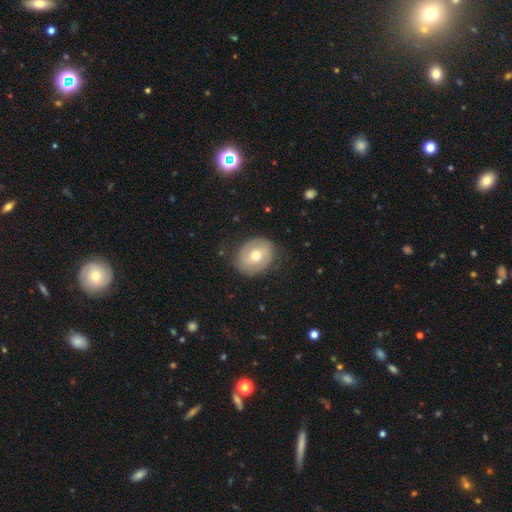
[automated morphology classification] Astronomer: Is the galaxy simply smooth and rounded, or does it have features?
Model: smooth — 51% (runner-up: featured or disk, 41%).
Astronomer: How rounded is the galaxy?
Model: round — 58% (runner-up: in between, 41%).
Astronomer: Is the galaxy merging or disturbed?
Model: none — 79%.